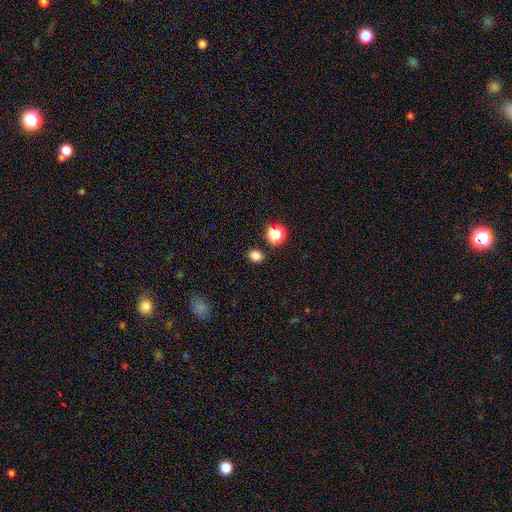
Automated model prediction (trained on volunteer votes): This appears to be a smooth galaxy with no disk features (80%) that is round (52%). Merging: none (85%).